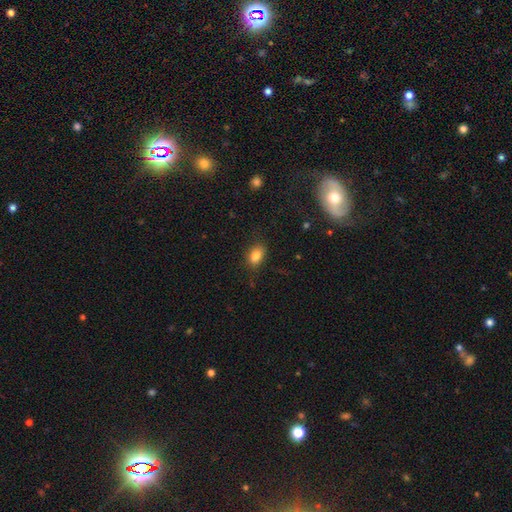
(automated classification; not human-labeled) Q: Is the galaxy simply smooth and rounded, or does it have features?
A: smooth — 83%.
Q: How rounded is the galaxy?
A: in between — 84%.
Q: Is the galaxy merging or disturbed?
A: none — 82%.